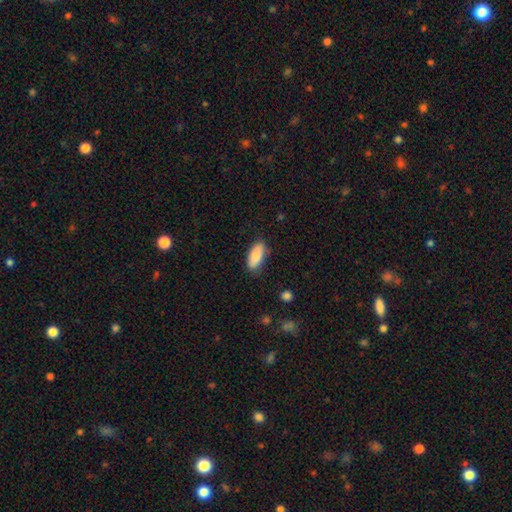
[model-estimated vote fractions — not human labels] The model was most divided on "merging": none: 81%, minor disturbance: 14%, major disturbance: 3%, merger: 1%. More confident: smooth or featured — smooth (85%); how rounded — in between (83%).